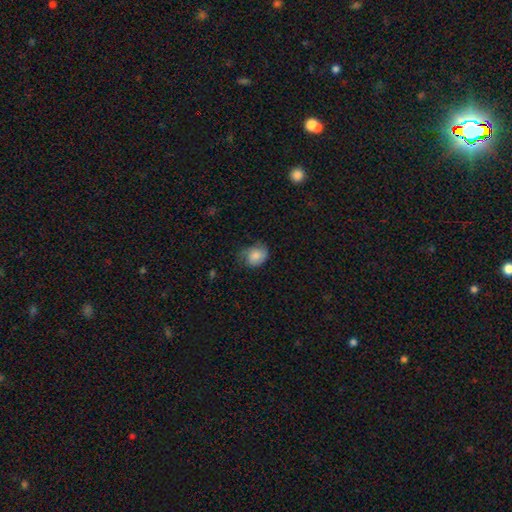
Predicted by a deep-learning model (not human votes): The model was most divided on "how rounded": in between: 54%, round: 45%, cigar-shaped: 1%. Remaining: smooth or featured — smooth (76%); merging — none (48%).